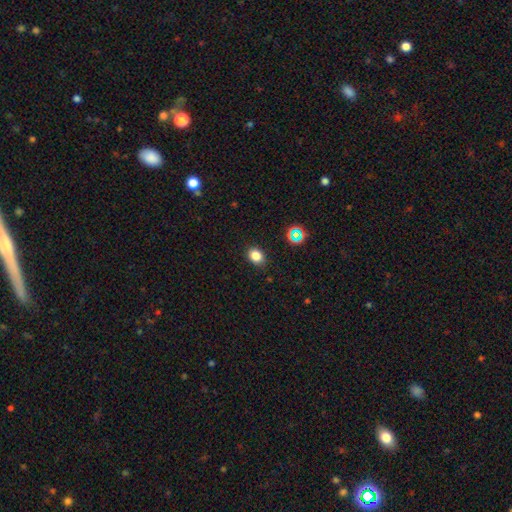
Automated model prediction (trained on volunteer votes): The model was most divided on "how rounded": in between: 56%, round: 43%, cigar-shaped: 1%. More confident: merging — none (87%); smooth or featured — smooth (81%).